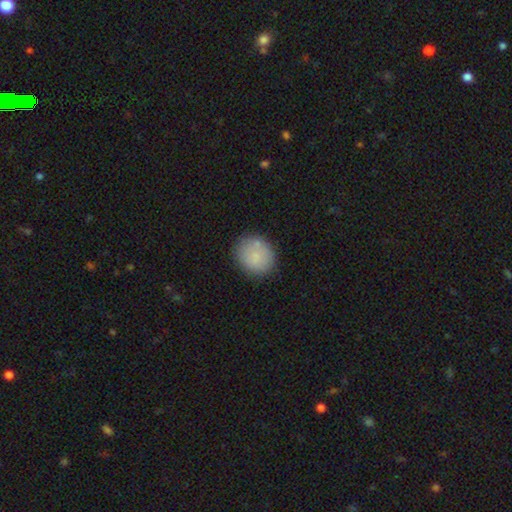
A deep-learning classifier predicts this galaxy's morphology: Overall: smooth (81%). How rounded: round (75%). Merging: none (78%).